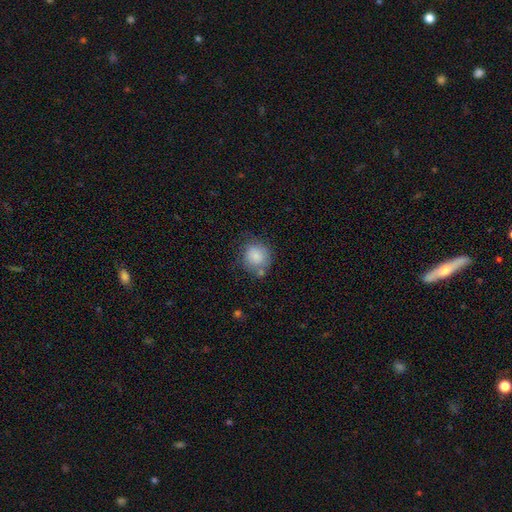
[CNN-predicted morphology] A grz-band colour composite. It shows a smooth galaxy with no disk features (83%) that is round (81%). Merging: none (60%).